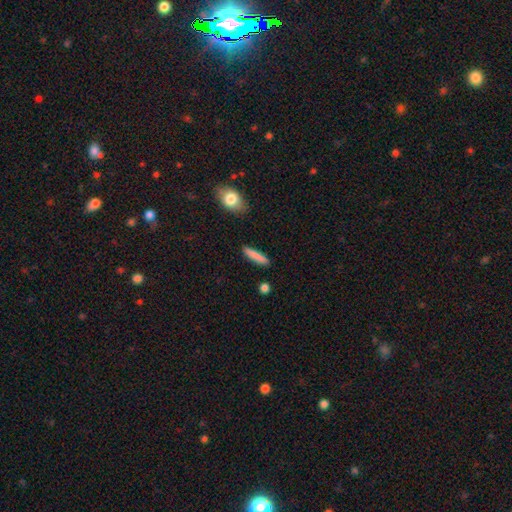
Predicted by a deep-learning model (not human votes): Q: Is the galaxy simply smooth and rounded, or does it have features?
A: smooth — 83%.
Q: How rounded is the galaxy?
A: cigar-shaped — 87%.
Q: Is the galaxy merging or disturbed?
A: none — 88%.